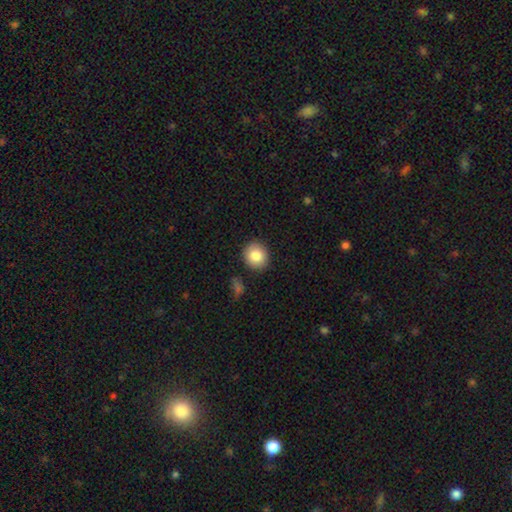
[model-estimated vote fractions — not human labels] Smooth or featured? Predicted: smooth (p=0.84). How rounded? Predicted: round (p=0.80). Merging? Predicted: none (p=0.88).